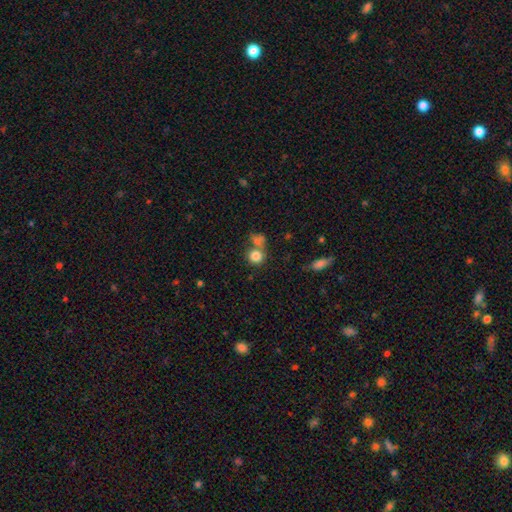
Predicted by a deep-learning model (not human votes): Morphology: type=smooth (82%); roundness=round (86%); merging=none (57%).